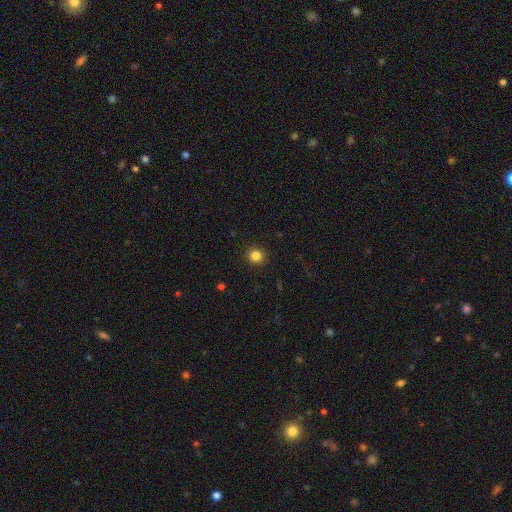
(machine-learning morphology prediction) smooth 84%, star or artifact 12%, featured or disk 4%. Down the decision tree: how rounded — round (92%); merging — none (92%).